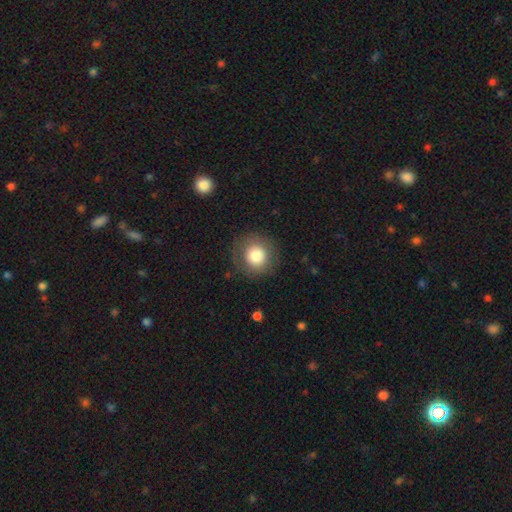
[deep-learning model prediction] smooth 78%, featured or disk 13%, star or artifact 9%. Down the decision tree: how rounded — round (91%); merging — none (83%).